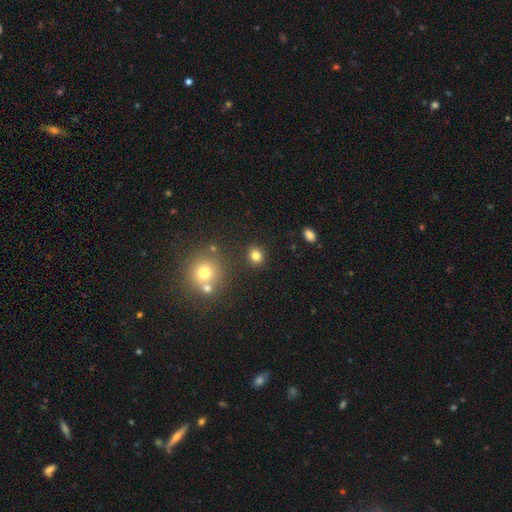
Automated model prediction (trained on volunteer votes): Morphology: type=smooth (80%); roundness=round (84%); merging=none (87%).